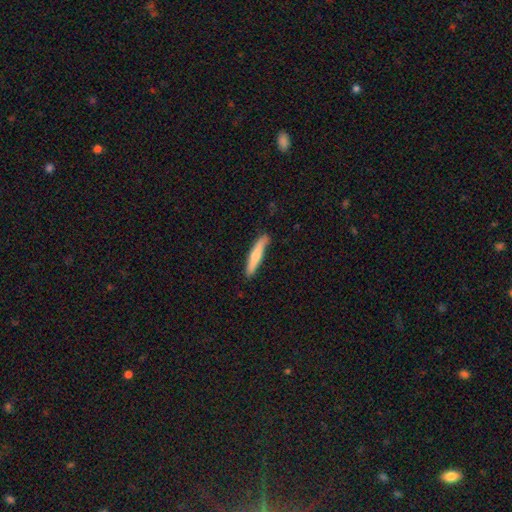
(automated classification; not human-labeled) A smooth galaxy with no disk features (68%) that is cigar-shaped (92%). Merging: none (83%).